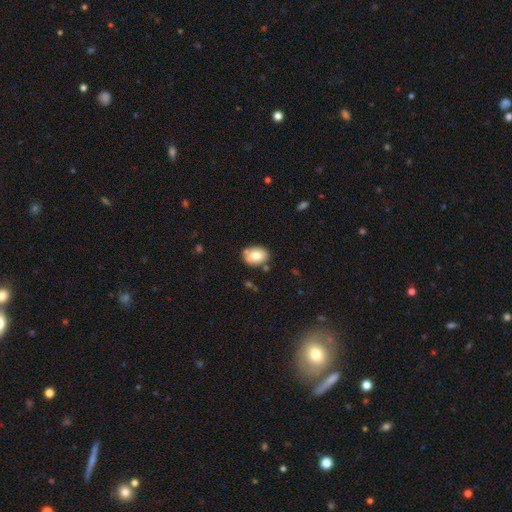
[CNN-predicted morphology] Smooth or featured: smooth — 75% (featured or disk — 17%)
How rounded: in between — 68% (round — 31%)
Merging: none — 75% (minor disturbance — 16%)